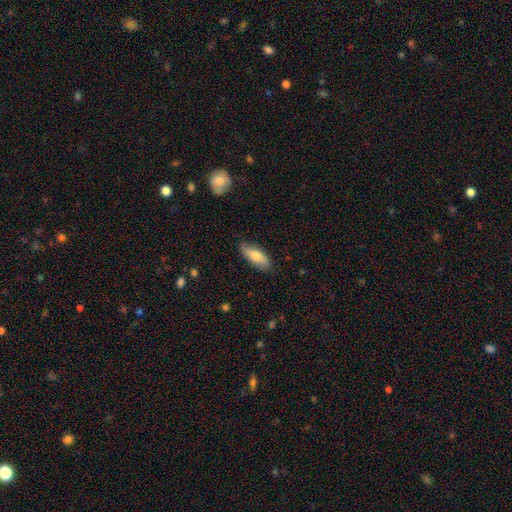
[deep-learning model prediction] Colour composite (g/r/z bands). It shows a smooth galaxy with no disk features (70%) that is in between round and cigar-shaped (72%). Merging: none (80%).